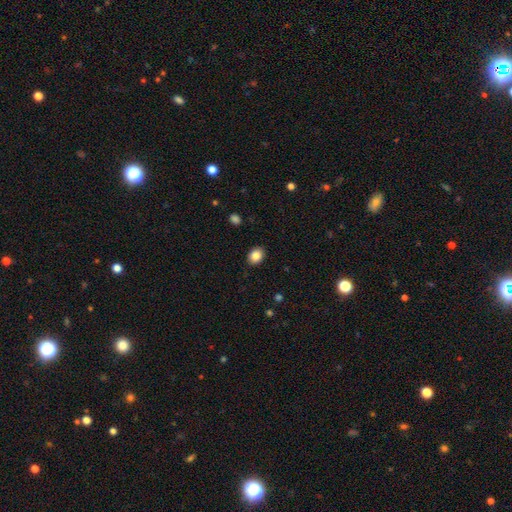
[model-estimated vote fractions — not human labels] smooth_or_featured: smooth (p=0.86) [alt: star or artifact p=0.09]
how_rounded: in between (p=0.60) [alt: round p=0.39]
merging: none (p=0.89) [alt: minor disturbance p=0.08]